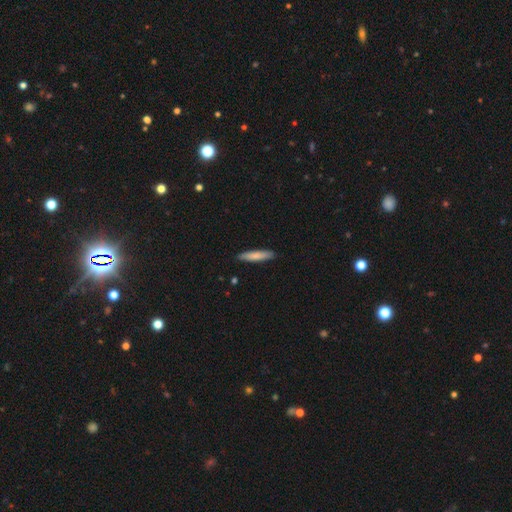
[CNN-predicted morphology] The model was most divided on "smooth or featured": smooth: 80%, featured or disk: 15%, star or artifact: 5%. More confident: merging — none (89%); how rounded — cigar-shaped (87%).